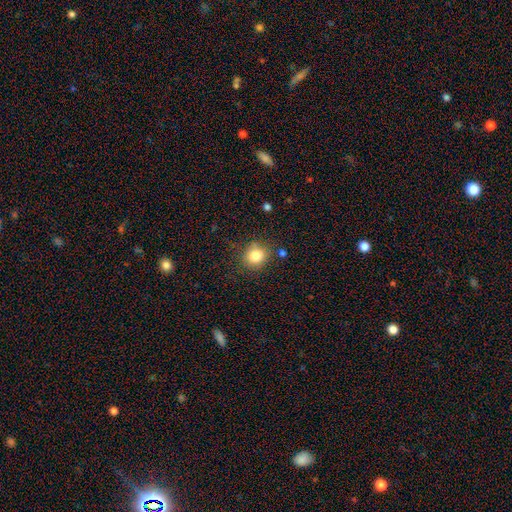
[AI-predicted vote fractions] Q: Smooth or featured?
A: smooth (82%); runner-up: star or artifact (11%)
Q: How rounded?
A: round (78%); runner-up: in between (21%)
Q: Merging?
A: none (79%); runner-up: minor disturbance (14%)